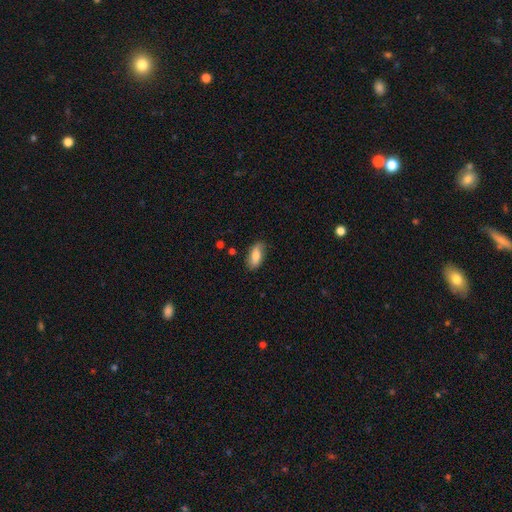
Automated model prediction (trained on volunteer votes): The model was most divided on "smooth or featured": smooth: 73%, featured or disk: 20%, star or artifact: 7%. More confident: how rounded — in between (85%); merging — none (78%).